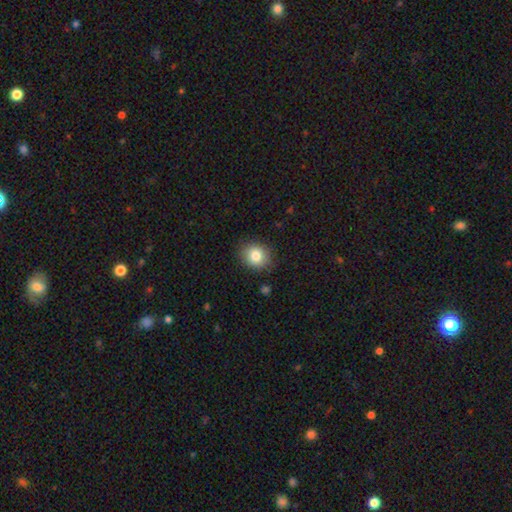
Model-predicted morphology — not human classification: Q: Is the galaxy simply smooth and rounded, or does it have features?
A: smooth — 83%.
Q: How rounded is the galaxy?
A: round — 69%.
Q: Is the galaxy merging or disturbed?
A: none — 87%.